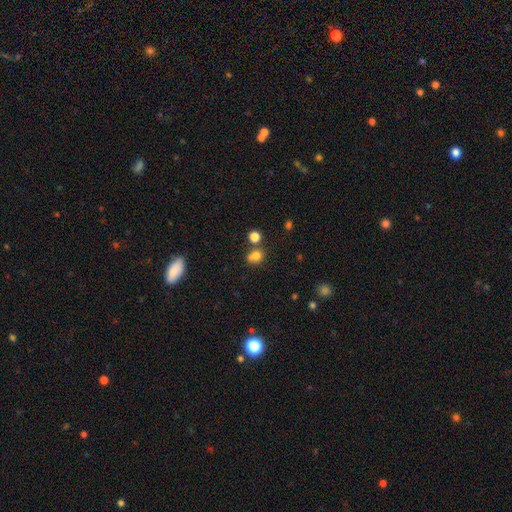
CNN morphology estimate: This is likely a smooth galaxy (76%). How rounded: likely round (77%). Merging: possibly none (49%).